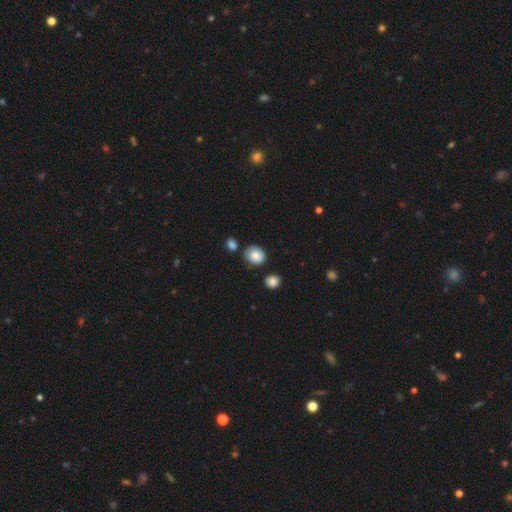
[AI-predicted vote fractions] Smooth or featured? Predicted: smooth (p=0.87). How rounded? Predicted: round (p=0.58). Merging? Predicted: none (p=0.76).